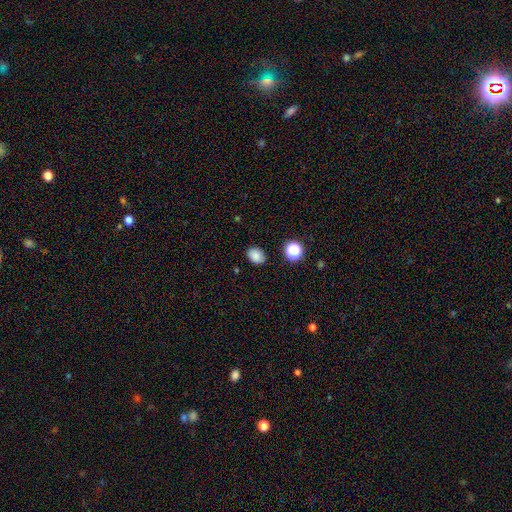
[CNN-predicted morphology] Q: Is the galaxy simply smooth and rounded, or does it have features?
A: smooth — 83%.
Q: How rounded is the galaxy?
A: in between — 64%.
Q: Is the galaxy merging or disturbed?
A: none — 84%.